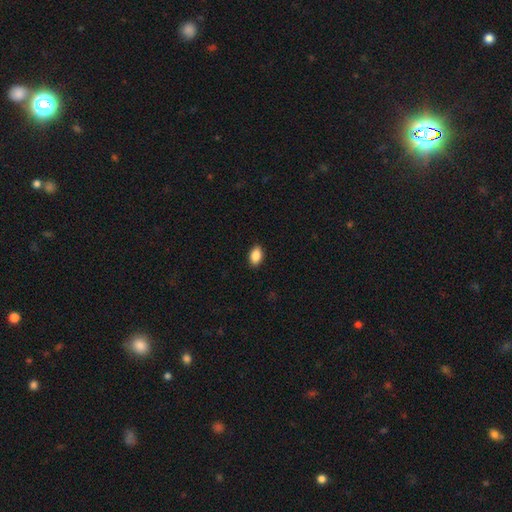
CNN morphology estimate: Smooth or featured? smooth (88%)
How rounded? in between (91%)
Merging? none (90%)